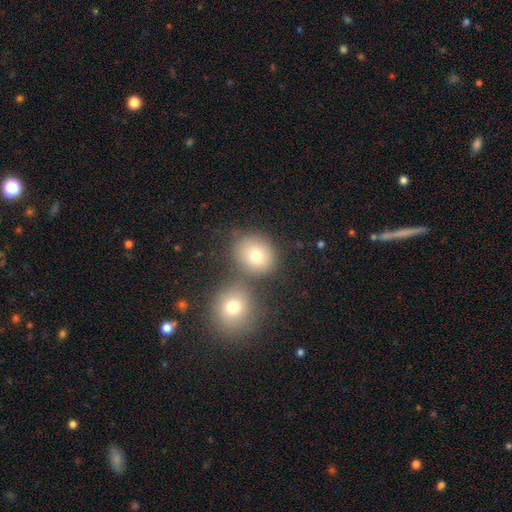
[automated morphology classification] type=smooth (74%); roundness=round (77%); merging=none (65%).